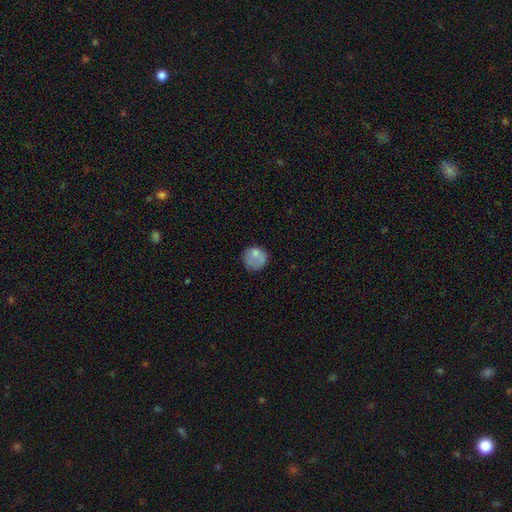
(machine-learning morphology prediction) Smooth or featured: smooth — 70% (featured or disk — 21%)
How rounded: round — 82% (in between — 17%)
Merging: none — 53% (minor disturbance — 23%)